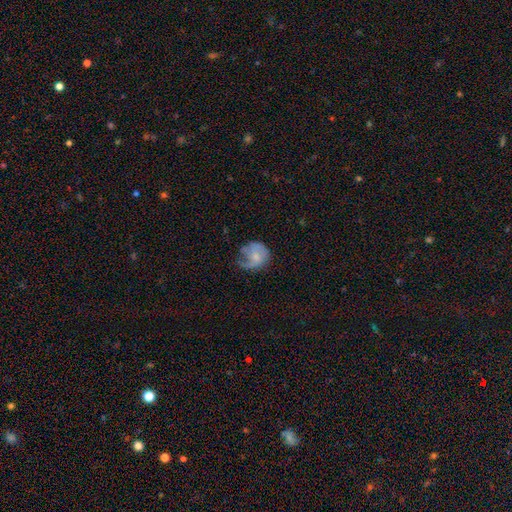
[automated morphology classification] Smooth or featured: featured or disk — 49% (smooth — 43%)
Merging: none — 42% (minor disturbance — 31%)